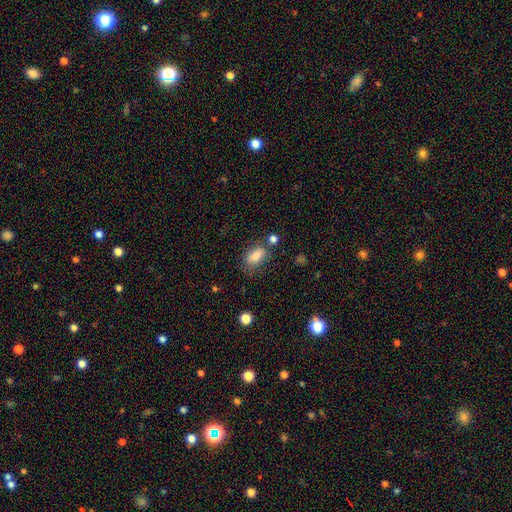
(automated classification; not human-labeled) smooth-or-featured: smooth: 83% | star or artifact: 9% | featured or disk: 8%
  how-rounded: in between: 86% | cigar-shaped: 8% | round: 6%
  merging: none: 64% | minor disturbance: 21% | merger: 8% | major disturbance: 7%